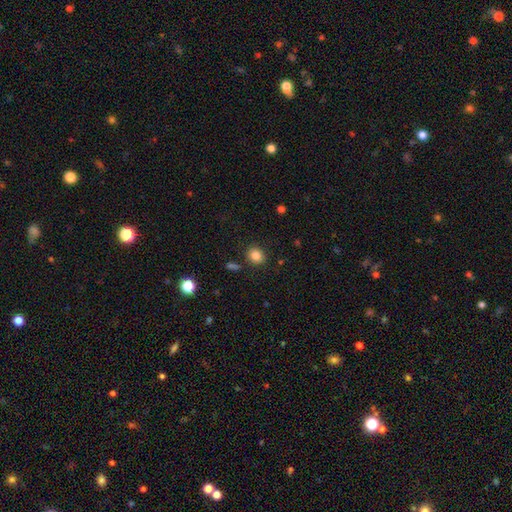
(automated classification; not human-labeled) smooth 84%, star or artifact 11%, featured or disk 5%. Down the decision tree: how rounded — round (67%); merging — none (85%).